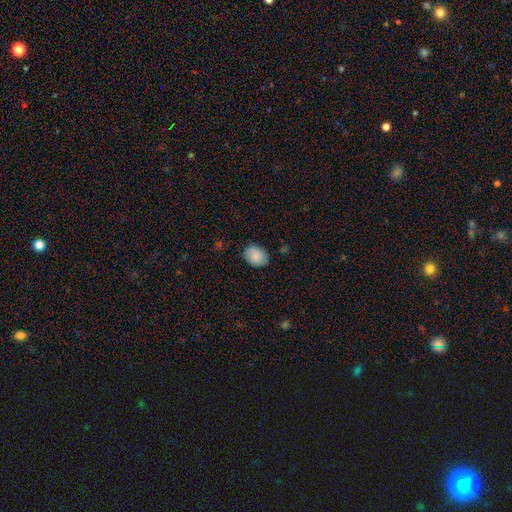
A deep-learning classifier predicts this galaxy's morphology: Smooth or featured?
  - smooth: 85% *
  - featured or disk: 7%
  - star or artifact: 7%
How rounded?
  - in between: 62% *
  - round: 37%
  - cigar-shaped: 1%
Merging?
  - none: 80% *
  - minor disturbance: 15%
  - major disturbance: 3%
  - merger: 1%